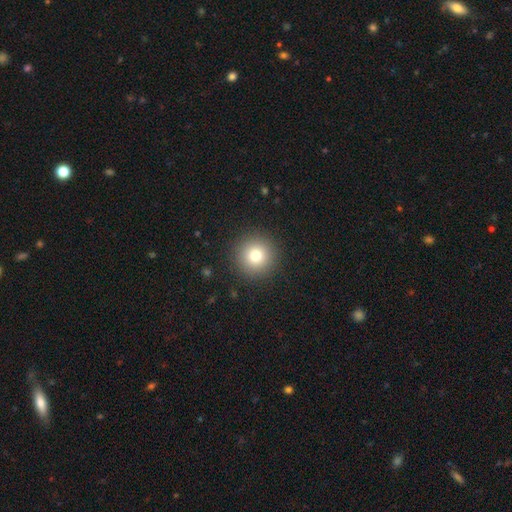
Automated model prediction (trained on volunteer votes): A smooth galaxy with no disk features (78%) that is round (96%).

Vote fractions:
- Smooth or featured? smooth: 78% / star or artifact: 13% / featured or disk: 10%
- How rounded? round: 96% / in between: 3% / cigar-shaped: 1%
- Merging? none: 91% / minor disturbance: 5% / major disturbance: 2% / merger: 1%